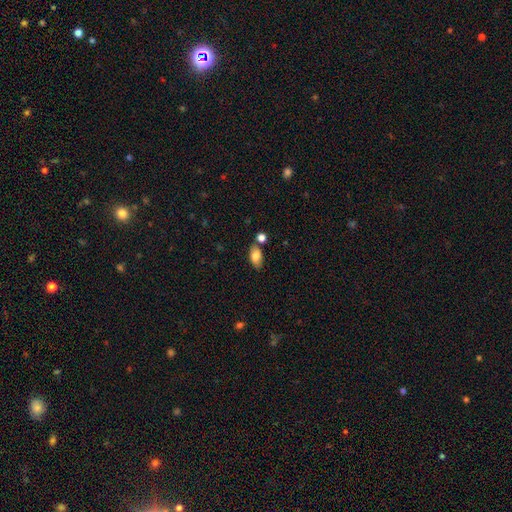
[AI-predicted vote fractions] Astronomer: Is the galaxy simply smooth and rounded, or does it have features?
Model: smooth — 82%.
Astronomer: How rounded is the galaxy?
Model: in between — 91%.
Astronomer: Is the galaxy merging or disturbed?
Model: none — 72%.